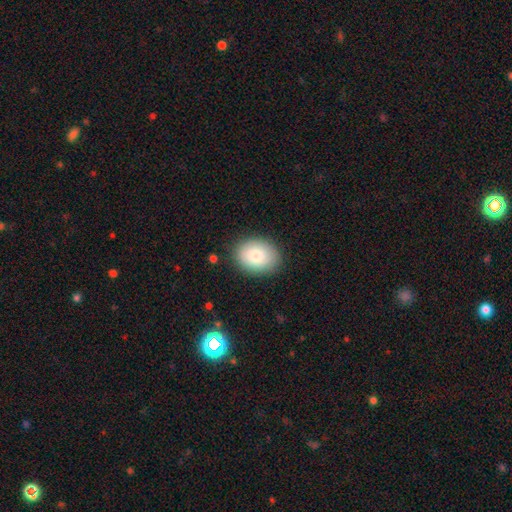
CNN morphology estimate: Smooth or featured: smooth — 82% (featured or disk — 11%)
How rounded: in between — 60% (round — 40%)
Merging: none — 85% (minor disturbance — 10%)